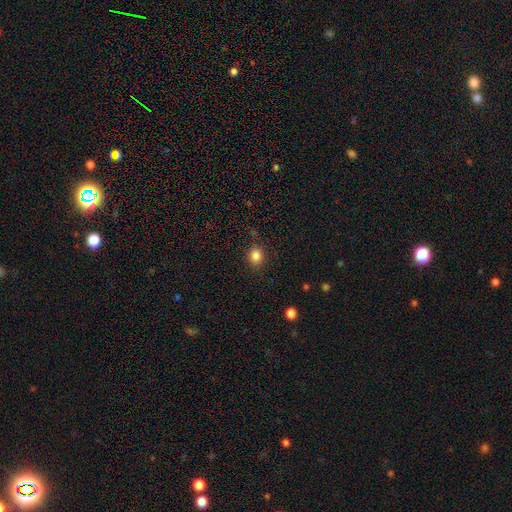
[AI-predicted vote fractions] smooth-or-featured: smooth: 84% | star or artifact: 11% | featured or disk: 5%
  how-rounded: round: 63% | in between: 36% | cigar-shaped: 1%
  merging: none: 86% | minor disturbance: 9% | major disturbance: 3% | merger: 2%